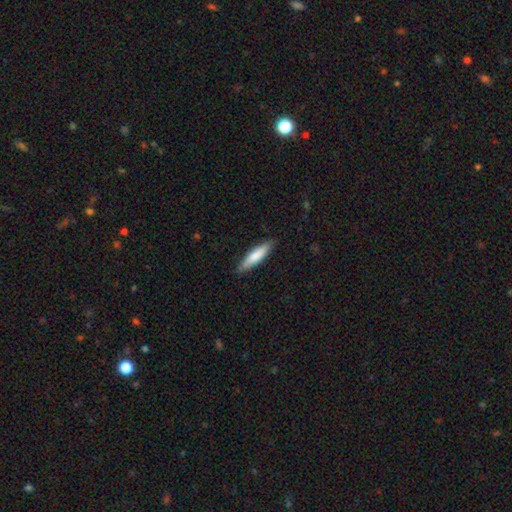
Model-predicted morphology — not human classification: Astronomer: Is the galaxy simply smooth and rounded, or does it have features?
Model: smooth — 75%.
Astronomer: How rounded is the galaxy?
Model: cigar-shaped — 78%.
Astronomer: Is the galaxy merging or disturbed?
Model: none — 86%.